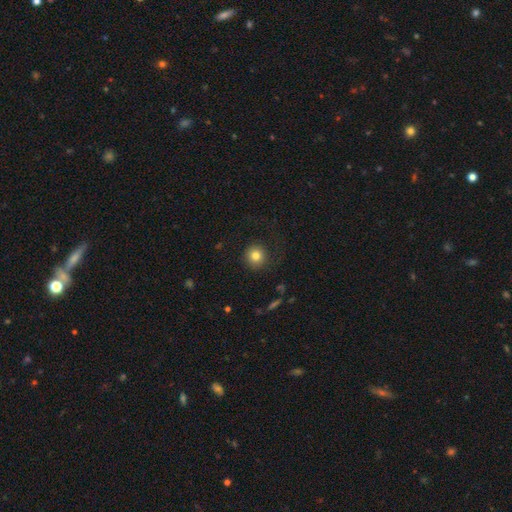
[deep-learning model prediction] A smooth galaxy with no disk features (80%) that is round (94%). Merging: none (86%).